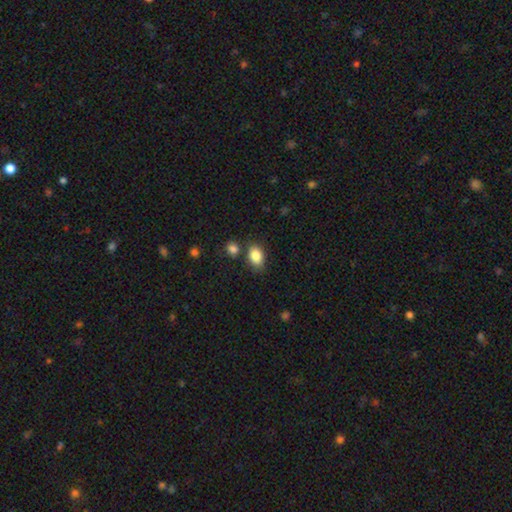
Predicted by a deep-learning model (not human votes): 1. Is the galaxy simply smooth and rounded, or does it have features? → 85% smooth, 8% star or artifact, 7% featured or disk.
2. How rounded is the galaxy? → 83% in between, 16% round, 1% cigar-shaped.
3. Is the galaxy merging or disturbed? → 72% none, 14% minor disturbance, 11% merger, 3% major disturbance.